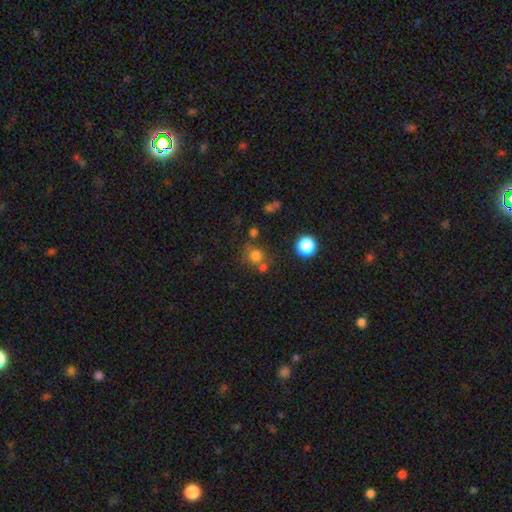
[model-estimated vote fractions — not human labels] Smooth or featured: smooth — 73% (star or artifact — 18%)
How rounded: round — 86% (in between — 13%)
Merging: none — 60% (merger — 23%)